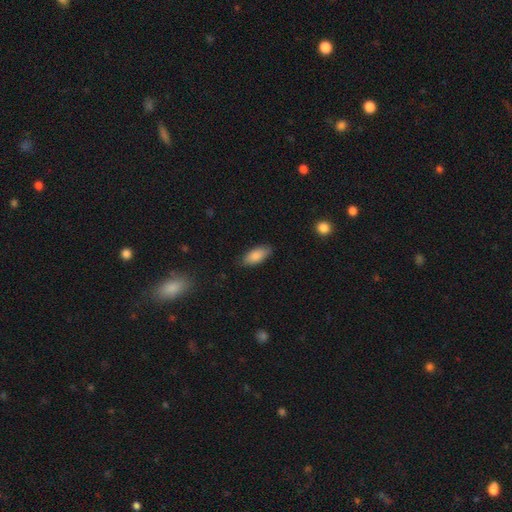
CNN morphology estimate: The model was most divided on "merging": none: 82%, minor disturbance: 14%, major disturbance: 3%, merger: 1%. More confident: how rounded — in between (86%); smooth or featured — smooth (86%).